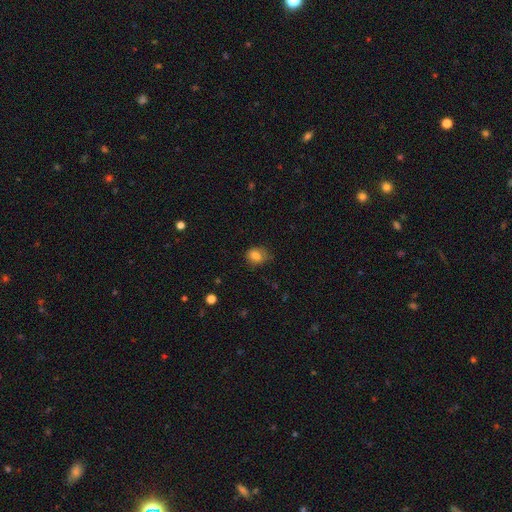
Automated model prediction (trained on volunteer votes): smooth_or_featured: smooth (p=0.81) [alt: star or artifact p=0.10]
how_rounded: round (p=0.50) [alt: in between p=0.49]
merging: none (p=0.61) [alt: minor disturbance p=0.29]